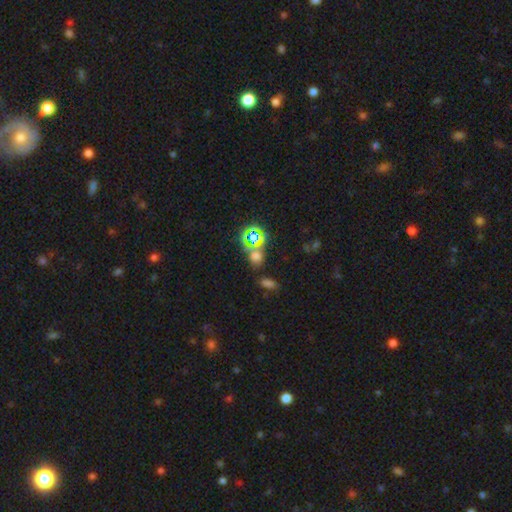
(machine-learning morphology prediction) Smooth or featured?
  - star or artifact: 52% *
  - smooth: 39%
  - featured or disk: 9%